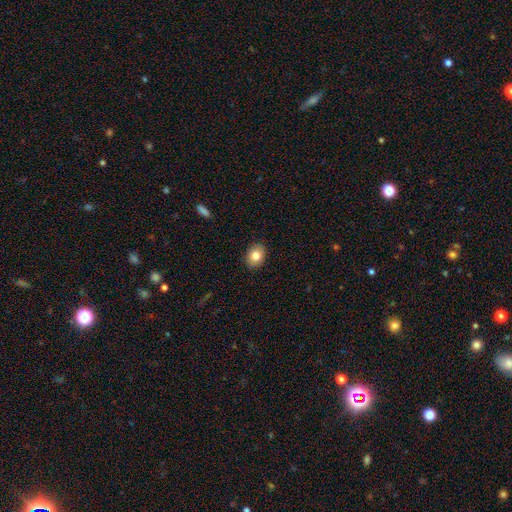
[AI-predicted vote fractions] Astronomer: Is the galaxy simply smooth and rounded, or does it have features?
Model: smooth — 81%.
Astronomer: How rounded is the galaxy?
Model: in between — 59% (runner-up: round, 40%).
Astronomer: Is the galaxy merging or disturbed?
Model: none — 89%.